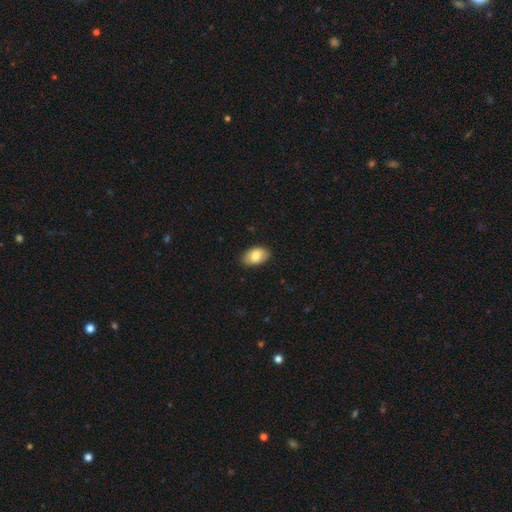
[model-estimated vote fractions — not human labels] Q: Smooth or featured?
A: smooth (80%); runner-up: featured or disk (14%)
Q: How rounded?
A: in between (91%); runner-up: round (8%)
Q: Merging?
A: none (83%); runner-up: minor disturbance (14%)